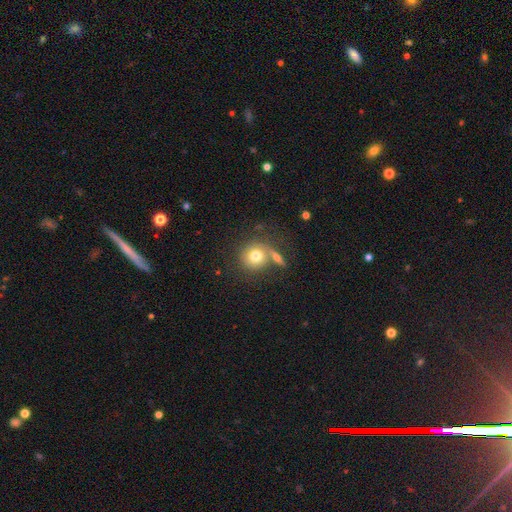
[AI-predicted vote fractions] Smooth or featured? smooth (74%)
How rounded? round (89%)
Merging? none (59%)